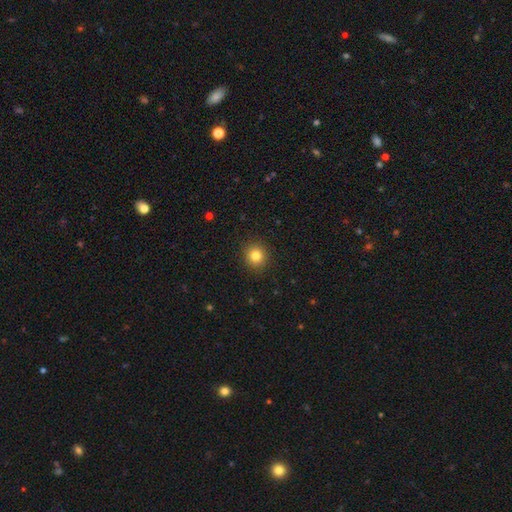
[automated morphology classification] smooth-or-featured: smooth: 82% | star or artifact: 12% | featured or disk: 6%
  how-rounded: round: 91% | in between: 8% | cigar-shaped: 1%
  merging: none: 92% | minor disturbance: 6% | major disturbance: 2% | merger: 1%